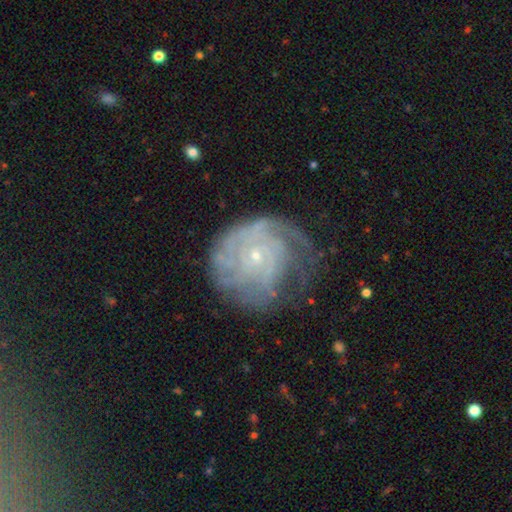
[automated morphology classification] type=featured or disk (80%); edge-on=no (97%); bar=no (80%); spiral arms=yes (91%); winding=tight (73%); arm count=can't tell (43%); bulge=small (85%); merging=none (58%).